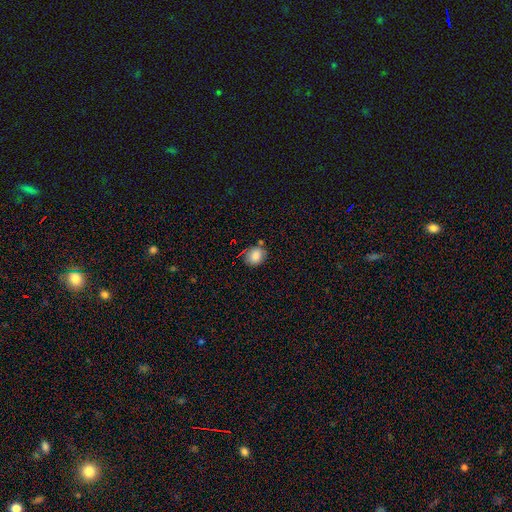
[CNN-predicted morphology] Smooth or featured? Predicted: smooth (p=0.83). How rounded? Predicted: round (p=0.69). Merging? Predicted: none (p=0.72).